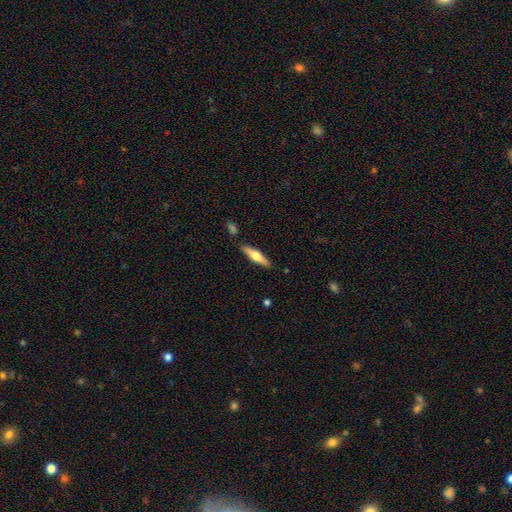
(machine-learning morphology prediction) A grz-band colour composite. It shows a featured or disk galaxy (49%). Merging: none (87%).